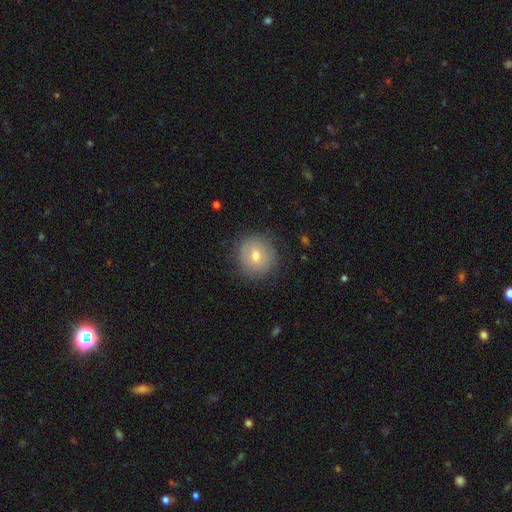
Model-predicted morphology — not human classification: smooth-or-featured: smooth: 58% | featured or disk: 32% | star or artifact: 10%
  how-rounded: round: 89% | in between: 10% | cigar-shaped: 1%
  merging: none: 82% | minor disturbance: 13% | major disturbance: 4% | merger: 1%